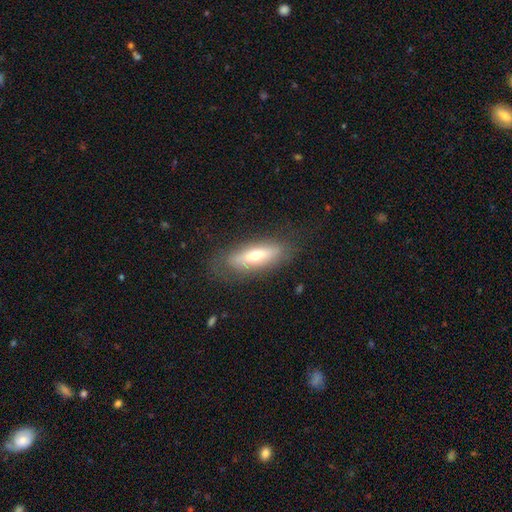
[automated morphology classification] type=smooth (51%); roundness=in between (54%); merging=none (78%).